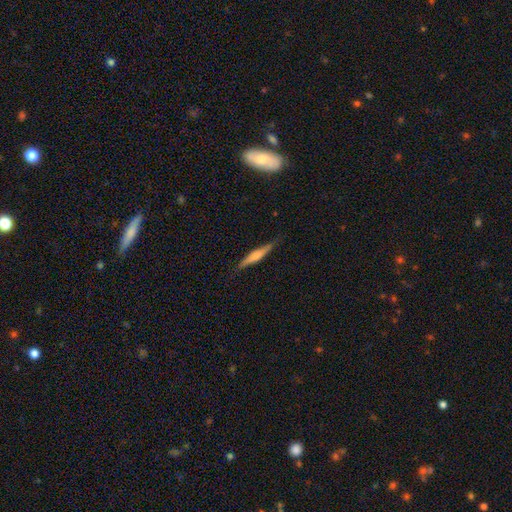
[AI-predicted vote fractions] Overall: featured or disk (49%; smooth 45%). Merging: none (84%).